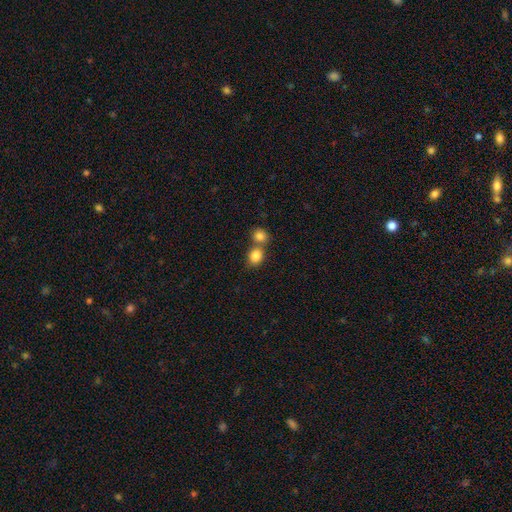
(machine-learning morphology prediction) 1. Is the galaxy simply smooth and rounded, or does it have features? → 84% smooth, 10% star or artifact, 7% featured or disk.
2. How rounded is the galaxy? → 67% round, 32% in between, 1% cigar-shaped.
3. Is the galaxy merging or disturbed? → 47% none, 43% merger, 7% minor disturbance, 3% major disturbance.